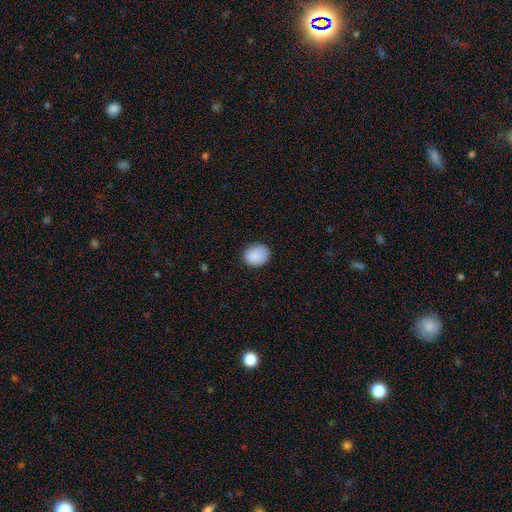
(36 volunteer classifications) This appears to be a smooth galaxy with no disk features (89%) that is round (66%). Merging: none (94%).